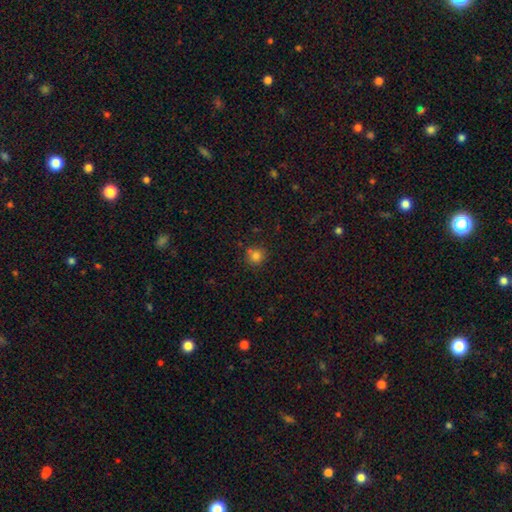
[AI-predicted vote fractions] smooth 81%, star or artifact 13%, featured or disk 6%. Down the decision tree: how rounded — round (90%); merging — none (76%).